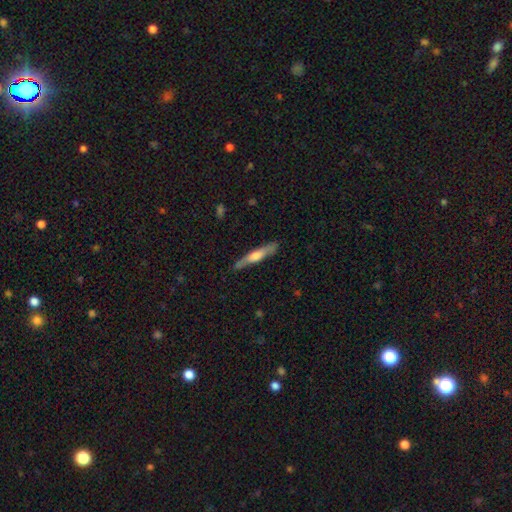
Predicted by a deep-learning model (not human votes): Q: Smooth or featured?
A: featured or disk (52%); runner-up: smooth (42%)
Q: Edge-on disk?
A: yes (91%); runner-up: no (9%)
Q: Merging?
A: none (85%); runner-up: minor disturbance (12%)